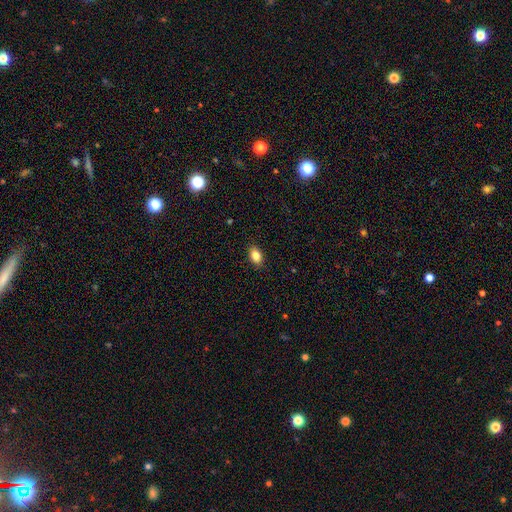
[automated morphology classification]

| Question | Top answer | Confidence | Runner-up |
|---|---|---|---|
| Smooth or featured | smooth | 85% | star or artifact (8%) |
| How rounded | in between | 88% | round (10%) |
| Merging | none | 89% | minor disturbance (8%) |